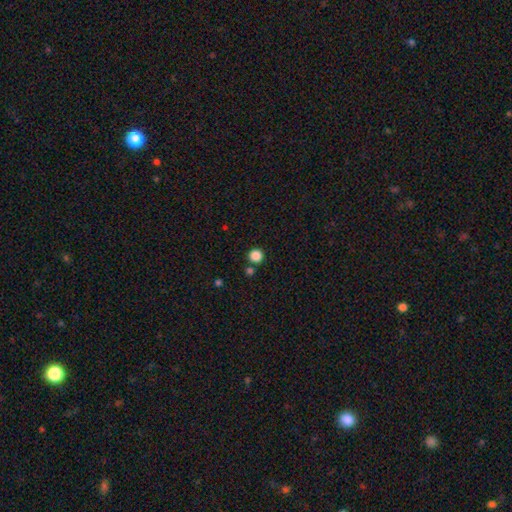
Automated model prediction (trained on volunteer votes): smooth-or-featured: smooth: 85% | star or artifact: 12% | featured or disk: 3%
  how-rounded: round: 95% | in between: 4% | cigar-shaped: 1%
  merging: none: 82% | merger: 9% | minor disturbance: 6% | major disturbance: 2%